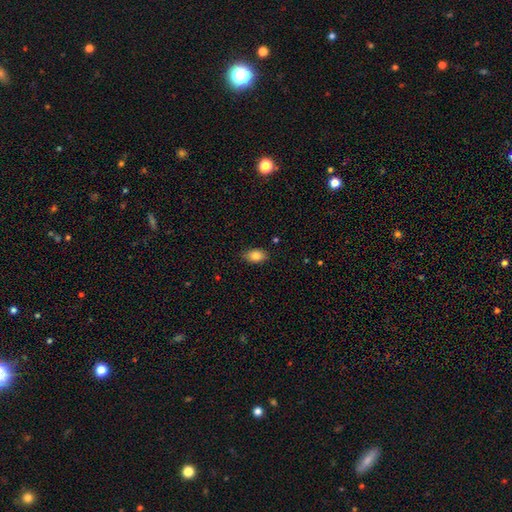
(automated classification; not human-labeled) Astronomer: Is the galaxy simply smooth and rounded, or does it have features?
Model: smooth — 85%.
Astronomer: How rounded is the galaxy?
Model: in between — 87%.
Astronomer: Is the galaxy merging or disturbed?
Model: none — 84%.